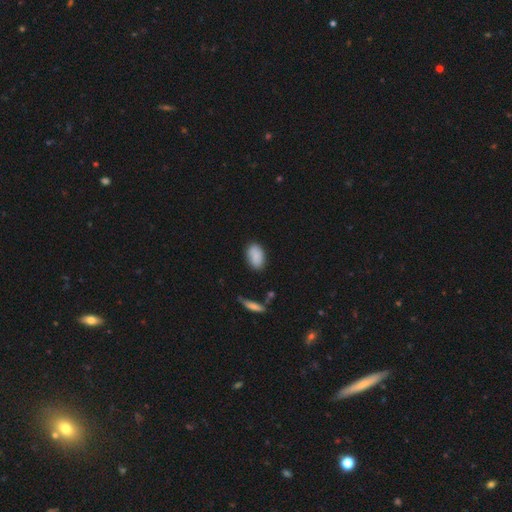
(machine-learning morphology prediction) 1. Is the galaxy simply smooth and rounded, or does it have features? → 86% smooth, 7% star or artifact, 7% featured or disk.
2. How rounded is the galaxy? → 92% in between, 6% round, 2% cigar-shaped.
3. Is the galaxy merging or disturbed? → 80% none, 15% minor disturbance, 3% major disturbance, 2% merger.